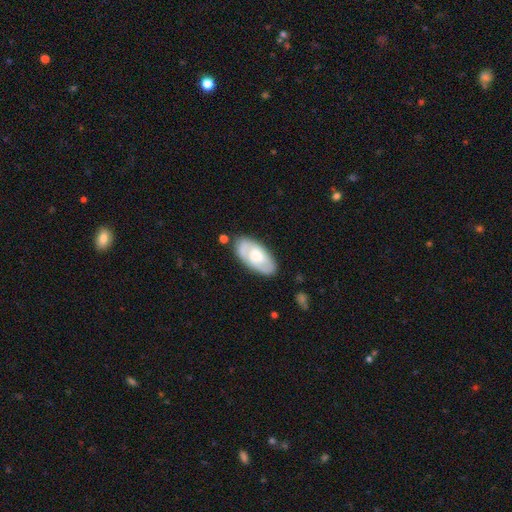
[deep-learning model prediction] Smooth or featured: featured or disk — 48% (smooth — 47%)
Merging: none — 77% (minor disturbance — 16%)